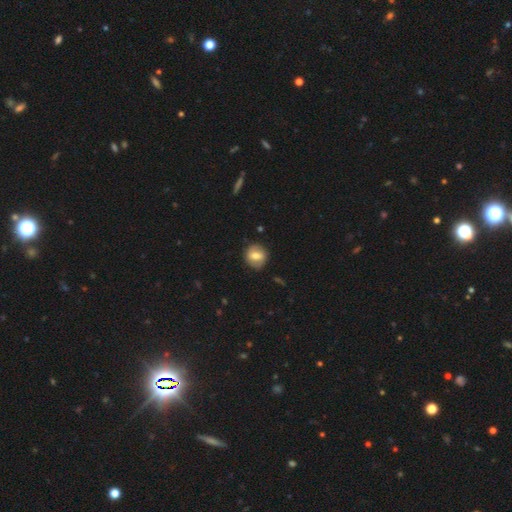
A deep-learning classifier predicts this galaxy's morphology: This appears to be a smooth galaxy with no disk features (60%) that is round (73%). Merging: none (83%).